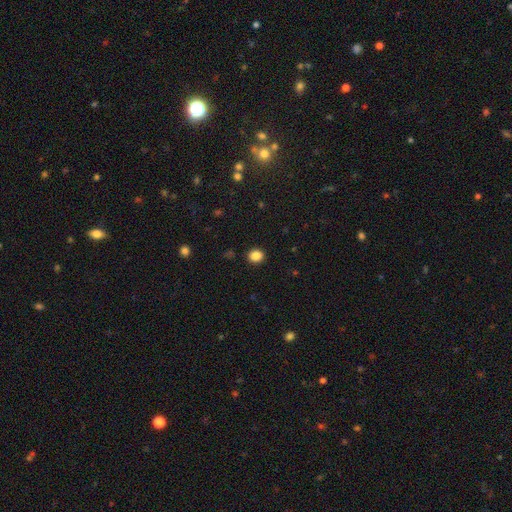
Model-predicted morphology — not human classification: Overall: smooth (86%). How rounded: round (71%). Merging: none (91%).